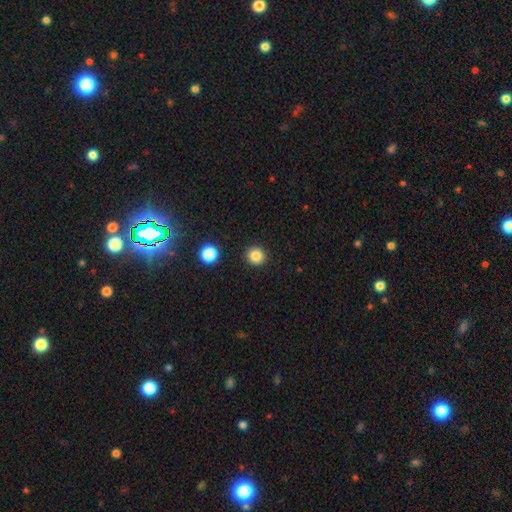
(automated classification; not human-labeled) Smooth or featured? Predicted: smooth (p=0.85). How rounded? Predicted: round (p=0.93). Merging? Predicted: none (p=0.92).